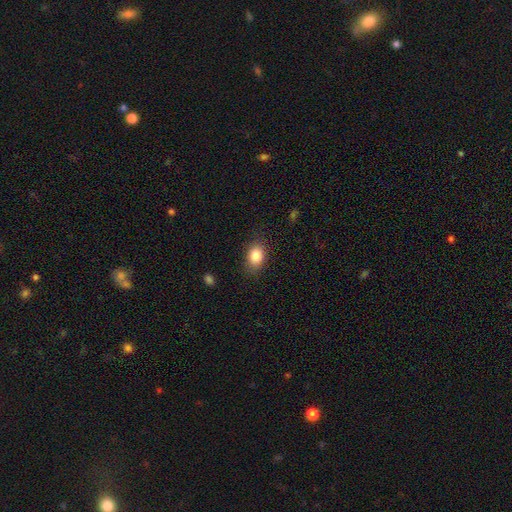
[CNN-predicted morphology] smooth 85%, star or artifact 9%, featured or disk 7%. Down the decision tree: how rounded — in between (70%); merging — none (82%).